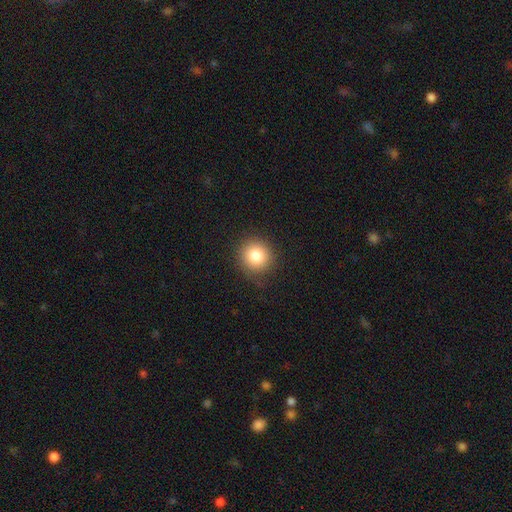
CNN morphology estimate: Smooth or featured? smooth (82%)
How rounded? round (91%)
Merging? none (85%)